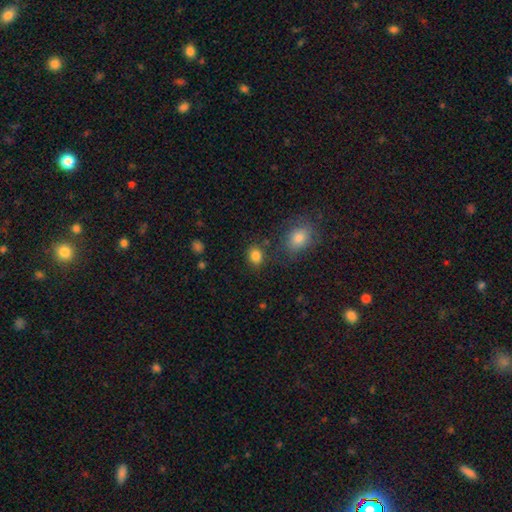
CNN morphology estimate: A smooth galaxy with no disk features (84%) that is in between round and cigar-shaped (52%). Merging: none (76%).